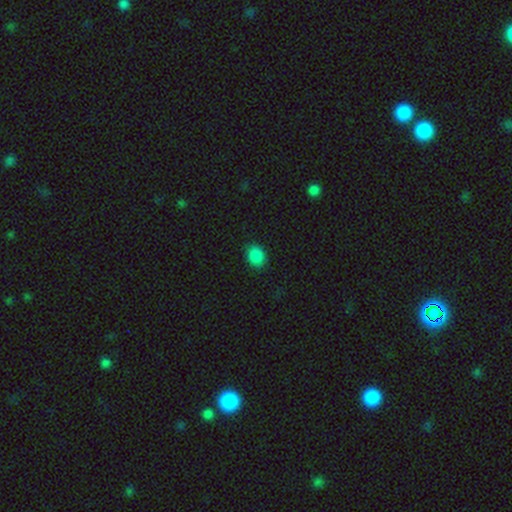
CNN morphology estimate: Q: Smooth or featured?
A: smooth (87%); runner-up: star or artifact (10%)
Q: How rounded?
A: round (50%); runner-up: in between (49%)
Q: Merging?
A: none (87%); runner-up: minor disturbance (10%)